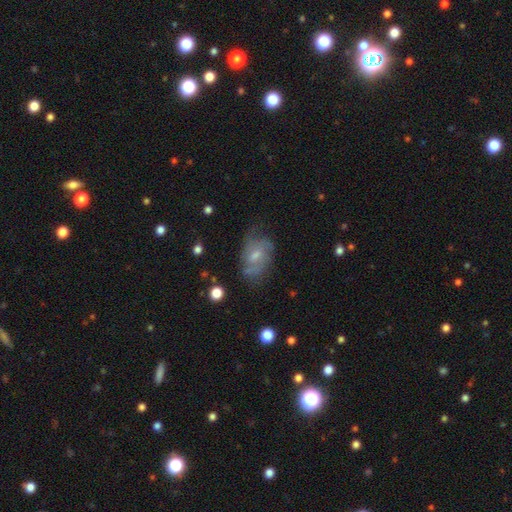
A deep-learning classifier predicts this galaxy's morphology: The model was most divided on "bar": no: 49%, weak: 44%, strong: 7%. Remaining: edge-on disk — no (96%); spiral arms — yes (80%); smooth or featured — featured or disk (64%); merging — none (56%); bulge size — small (48%).